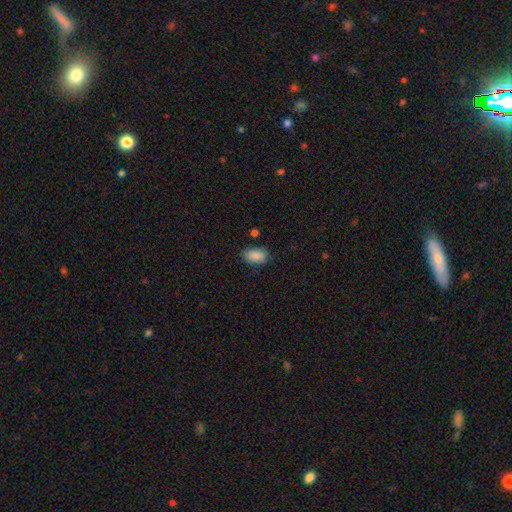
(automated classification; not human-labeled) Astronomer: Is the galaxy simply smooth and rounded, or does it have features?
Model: smooth — 88%.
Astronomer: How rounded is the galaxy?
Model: in between — 91%.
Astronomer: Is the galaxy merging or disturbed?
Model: none — 81%.